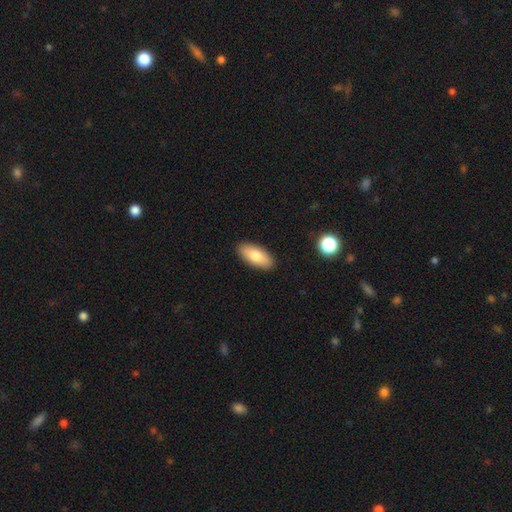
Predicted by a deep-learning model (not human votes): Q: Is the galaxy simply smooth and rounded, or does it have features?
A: smooth — 79%.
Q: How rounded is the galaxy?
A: in between — 88%.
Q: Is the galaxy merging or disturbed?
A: none — 90%.